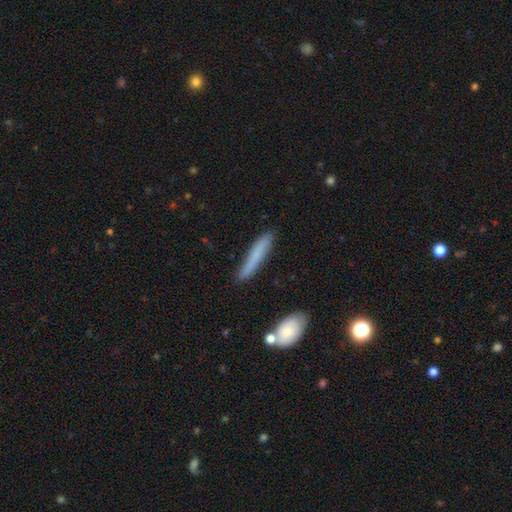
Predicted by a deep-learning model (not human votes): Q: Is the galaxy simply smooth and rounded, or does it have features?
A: smooth — 71%.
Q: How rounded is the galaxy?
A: cigar-shaped — 93%.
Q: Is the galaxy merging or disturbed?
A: none — 84%.